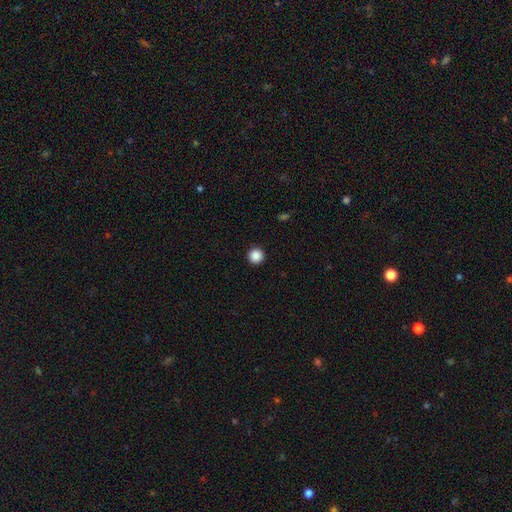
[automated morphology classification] Smooth or featured? Predicted: smooth (p=0.88). How rounded? Predicted: round (p=0.97). Merging? Predicted: none (p=0.94).